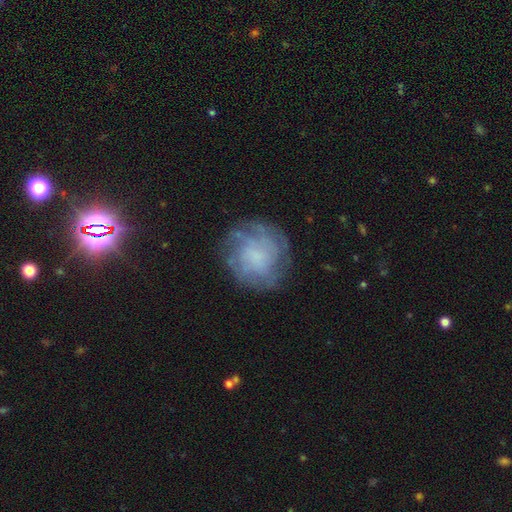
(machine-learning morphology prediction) featured or disk 58%, smooth 30%, star or artifact 12%. Down the decision tree: edge-on disk — no (97%); bar — no (76%); spiral arms — yes (77%); bulge size — none (44%); merging — none (74%).